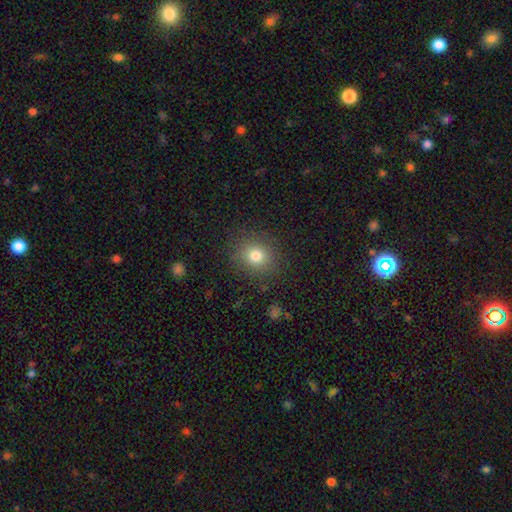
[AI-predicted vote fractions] smooth_or_featured: smooth (p=0.77) [alt: star or artifact p=0.14]
how_rounded: round (p=0.80) [alt: in between p=0.19]
merging: none (p=0.87) [alt: minor disturbance p=0.08]